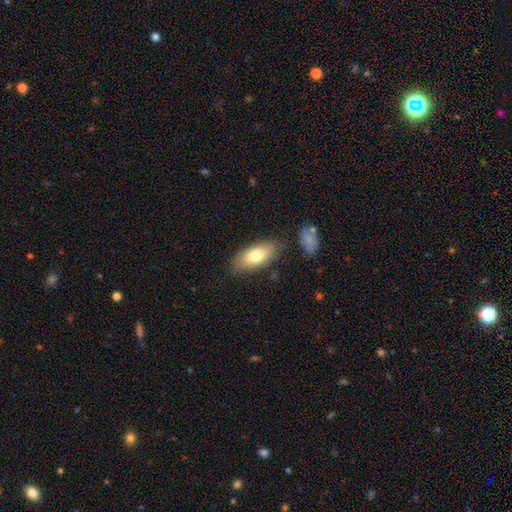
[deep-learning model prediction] Smooth or featured: smooth — 75% (featured or disk — 19%)
How rounded: in between — 85% (cigar-shaped — 12%)
Merging: none — 78% (minor disturbance — 14%)